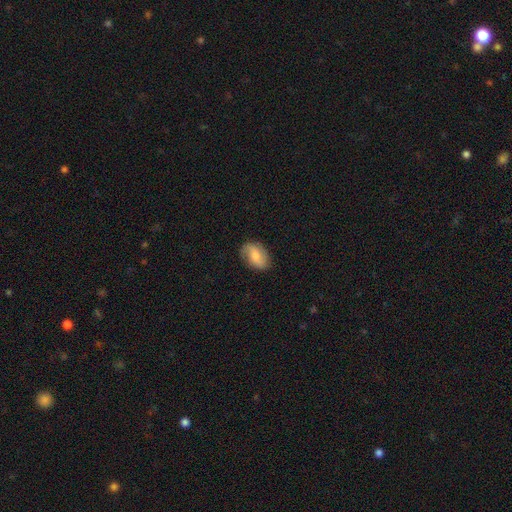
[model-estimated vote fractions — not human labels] Smooth or featured: smooth — 54% (featured or disk — 39%)
How rounded: in between — 86% (round — 13%)
Merging: none — 74% (minor disturbance — 19%)